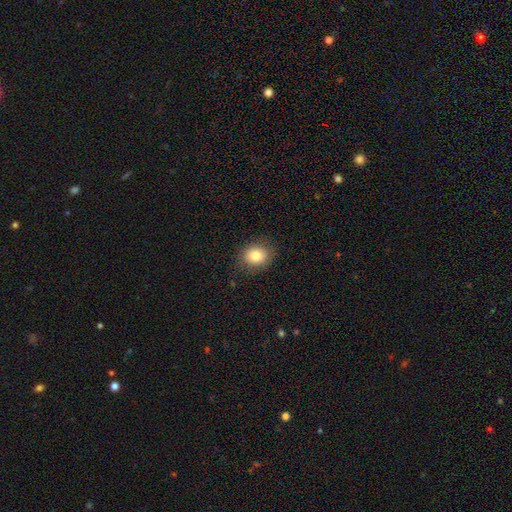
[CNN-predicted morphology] smooth 80%, star or artifact 10%, featured or disk 10%. Down the decision tree: how rounded — round (62%); merging — none (84%).